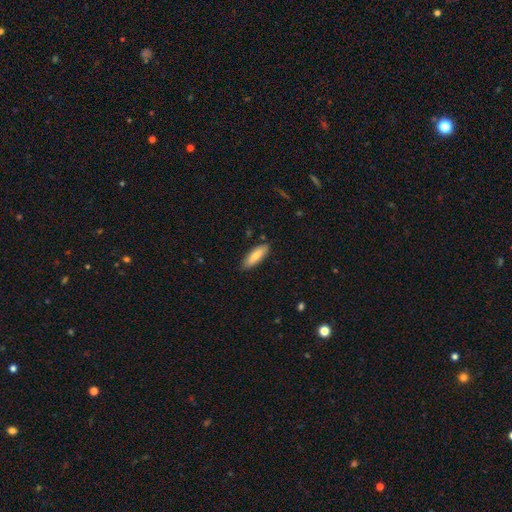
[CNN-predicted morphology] Smooth or featured? Predicted: smooth (p=0.84). How rounded? Predicted: in between (p=0.56). Merging? Predicted: none (p=0.85).